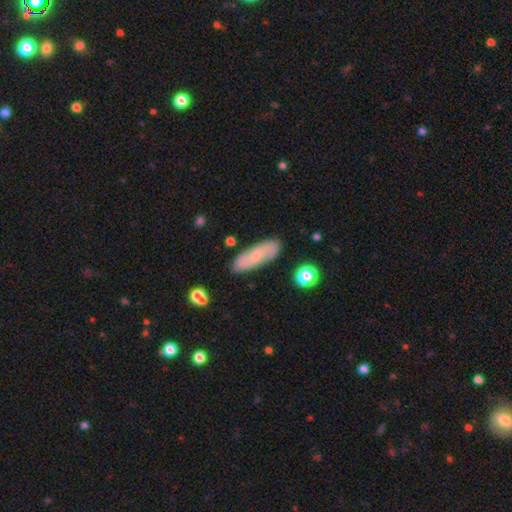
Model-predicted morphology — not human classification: A featured or disk galaxy (47%).

Vote fractions:
- Smooth or featured? featured or disk: 47% / smooth: 46% / star or artifact: 7%
- Merging? none: 85% / minor disturbance: 11% / major disturbance: 2% / merger: 2%